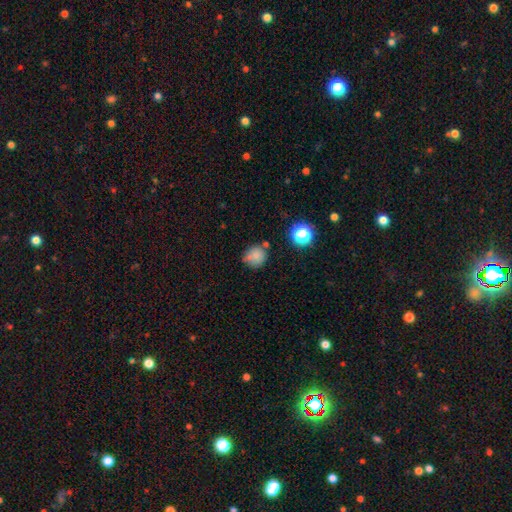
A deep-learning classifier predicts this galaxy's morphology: Q: Smooth or featured?
A: smooth (78%); runner-up: star or artifact (14%)
Q: How rounded?
A: round (86%); runner-up: in between (13%)
Q: Merging?
A: none (65%); runner-up: minor disturbance (18%)